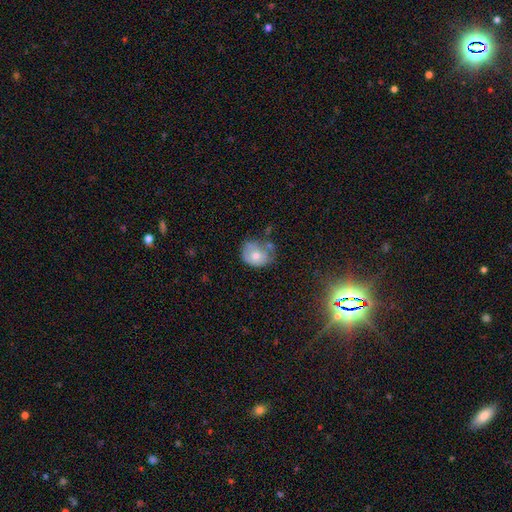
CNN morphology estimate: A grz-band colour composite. It shows a smooth galaxy with no disk features (56%) that is round (57%). Merging: none (43%).